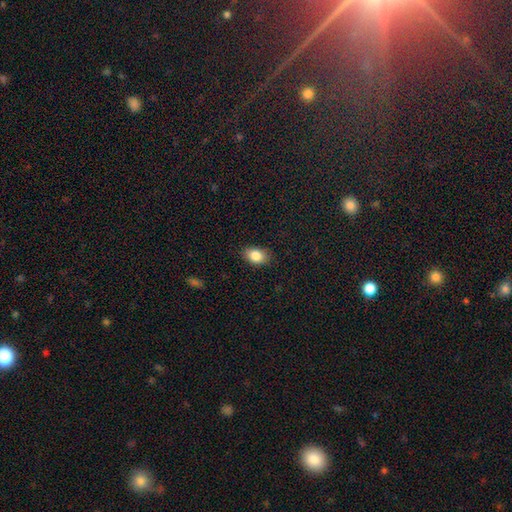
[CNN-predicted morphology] A smooth galaxy with no disk features (85%) that is in between round and cigar-shaped (82%).

Vote fractions:
- Smooth or featured? smooth: 85% / star or artifact: 8% / featured or disk: 7%
- How rounded? in between: 82% / round: 17% / cigar-shaped: 1%
- Merging? none: 86% / minor disturbance: 11% / major disturbance: 2% / merger: 1%